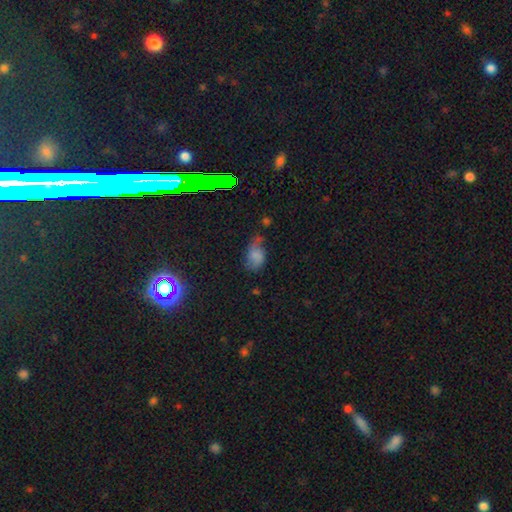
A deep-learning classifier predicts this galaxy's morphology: This appears to be a smooth galaxy with no disk features (60%) that is in between round and cigar-shaped (85%). Merging: minor disturbance (35%).